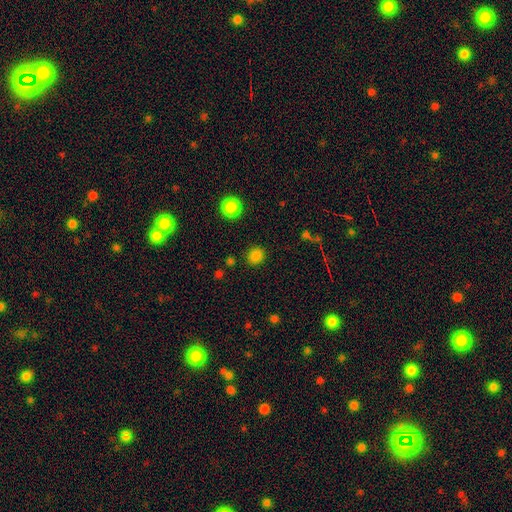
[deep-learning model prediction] Smooth or featured? smooth (83%)
How rounded? round (80%)
Merging? none (88%)